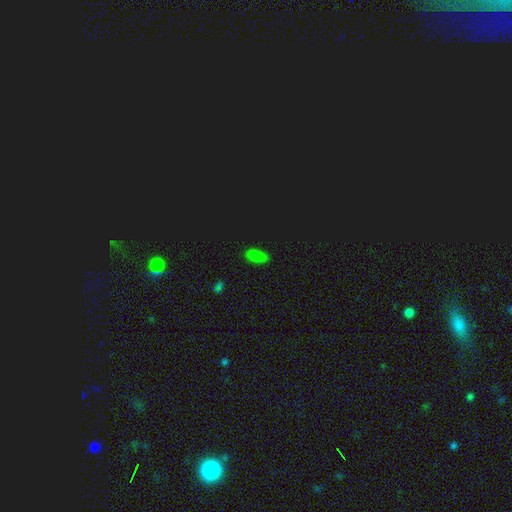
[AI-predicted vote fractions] Morphology: type=smooth (72%); roundness=in between (89%); merging=none (83%).